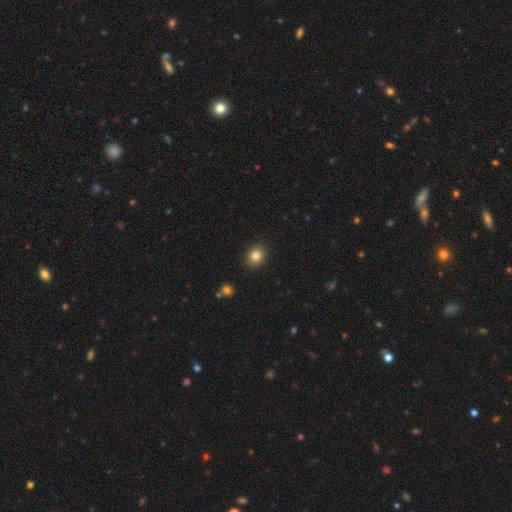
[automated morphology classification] The model was most divided on "how rounded": round: 68%, in between: 31%, cigar-shaped: 1%. More confident: merging — none (91%); smooth or featured — smooth (84%).